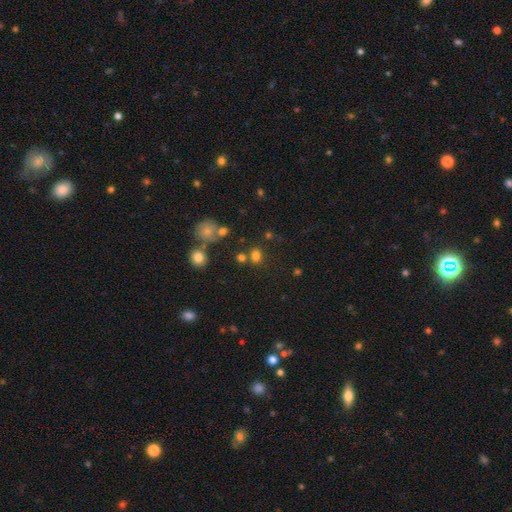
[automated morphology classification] smooth-or-featured: smooth: 76% | star or artifact: 17% | featured or disk: 7%
  how-rounded: round: 57% | in between: 42% | cigar-shaped: 1%
  merging: none: 70% | merger: 13% | minor disturbance: 12% | major disturbance: 5%